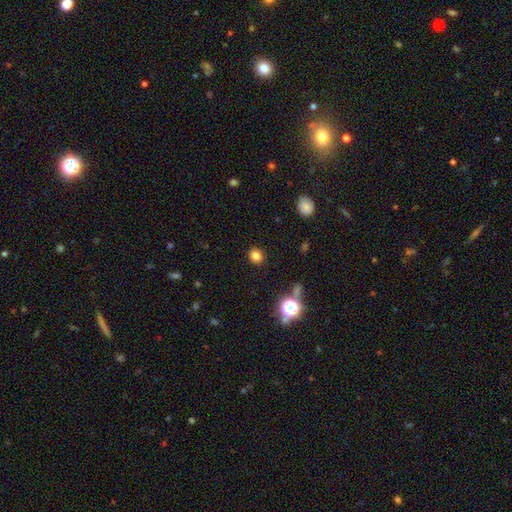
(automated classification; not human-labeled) smooth-or-featured: smooth: 80% | star or artifact: 15% | featured or disk: 5%
  how-rounded: round: 80% | in between: 19% | cigar-shaped: 1%
  merging: none: 89% | minor disturbance: 7% | major disturbance: 2% | merger: 1%